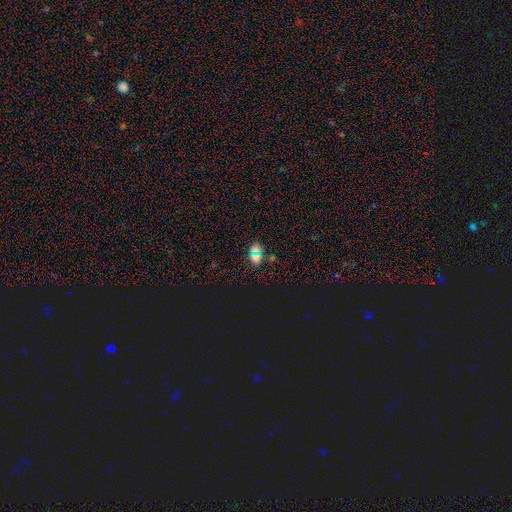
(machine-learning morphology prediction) This appears to be a smooth galaxy with no disk features (56%) that is in between round and cigar-shaped (62%). Merging: none (79%).